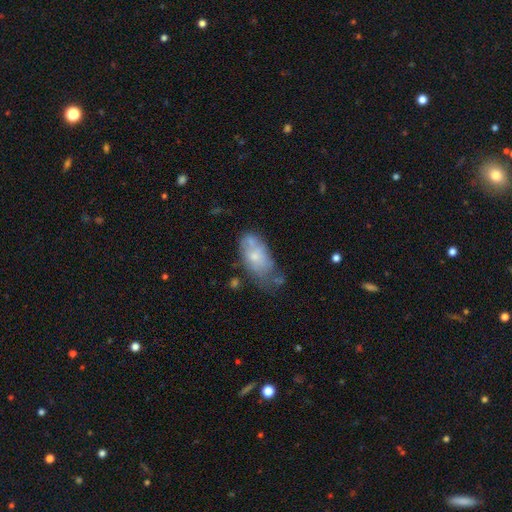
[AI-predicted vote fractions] smooth 54%, featured or disk 38%, star or artifact 8%. Down the decision tree: how rounded — in between (90%); merging — none (33%).